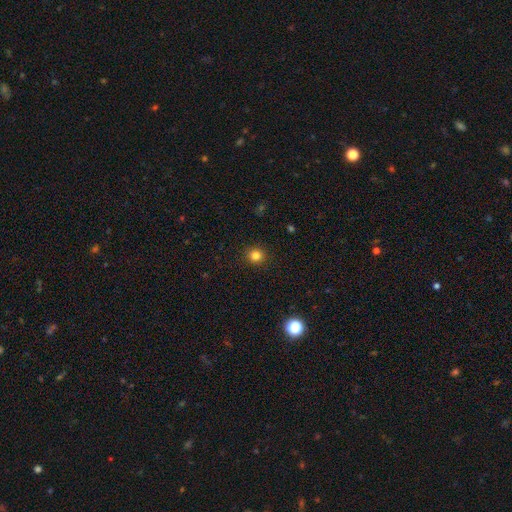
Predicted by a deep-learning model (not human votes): A smooth galaxy with no disk features (82%) that is round (91%).

Vote fractions:
- Smooth or featured? smooth: 82% / star or artifact: 13% / featured or disk: 5%
- How rounded? round: 91% / in between: 8% / cigar-shaped: 1%
- Merging? none: 92% / minor disturbance: 5% / major disturbance: 2% / merger: 1%